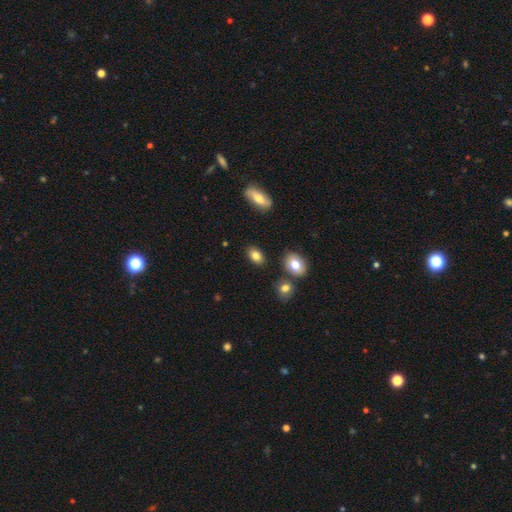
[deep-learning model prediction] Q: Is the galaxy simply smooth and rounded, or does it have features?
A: smooth — 83%.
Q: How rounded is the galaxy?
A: in between — 87%.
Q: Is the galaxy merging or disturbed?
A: none — 84%.